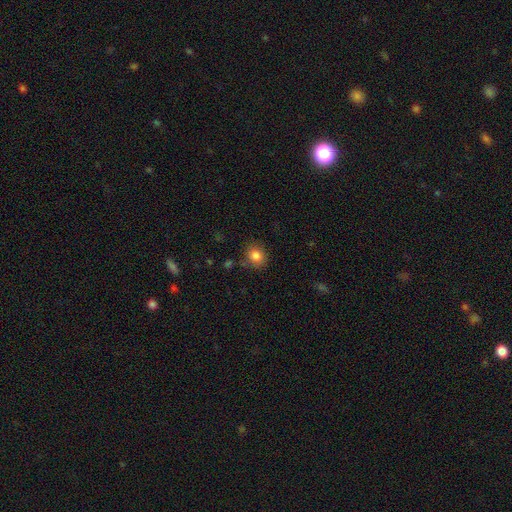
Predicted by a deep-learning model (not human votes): smooth 84%, star or artifact 10%, featured or disk 6%. Down the decision tree: how rounded — round (74%); merging — none (82%).